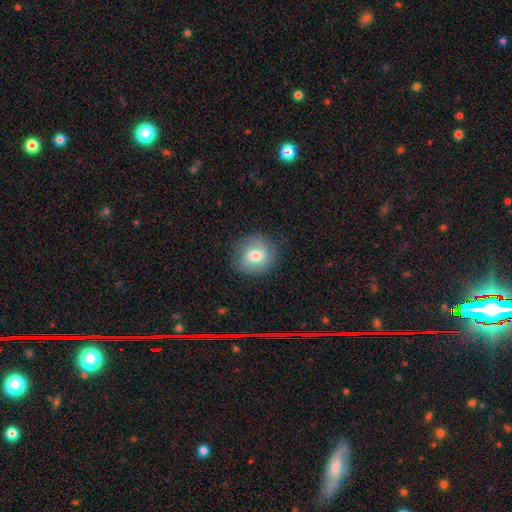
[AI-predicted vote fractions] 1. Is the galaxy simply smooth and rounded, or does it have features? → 60% smooth, 32% featured or disk, 9% star or artifact.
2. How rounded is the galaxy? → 82% round, 17% in between, 1% cigar-shaped.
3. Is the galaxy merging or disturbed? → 77% none, 16% minor disturbance, 6% major disturbance, 1% merger.